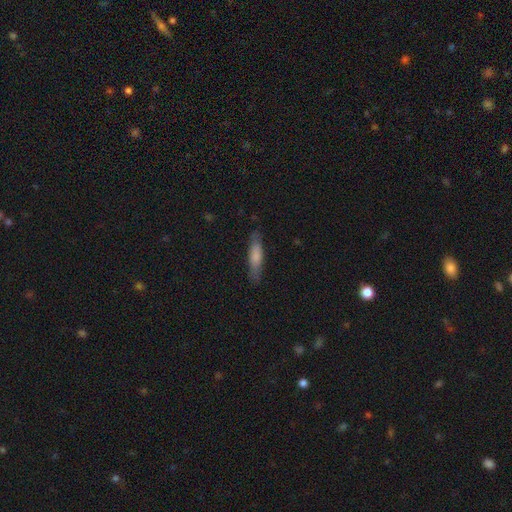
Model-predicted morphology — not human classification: smooth_or_featured: smooth (p=0.72) [alt: featured or disk p=0.22]
how_rounded: cigar-shaped (p=0.75) [alt: in between p=0.24]
merging: none (p=0.82) [alt: minor disturbance p=0.14]